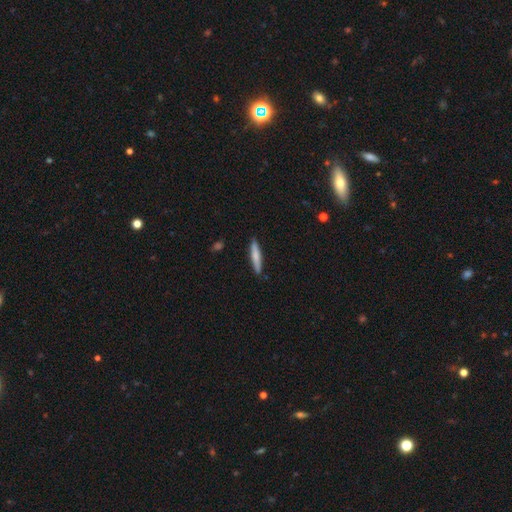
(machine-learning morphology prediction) A smooth galaxy with no disk features (71%) that is cigar-shaped (90%). Merging: none (88%).